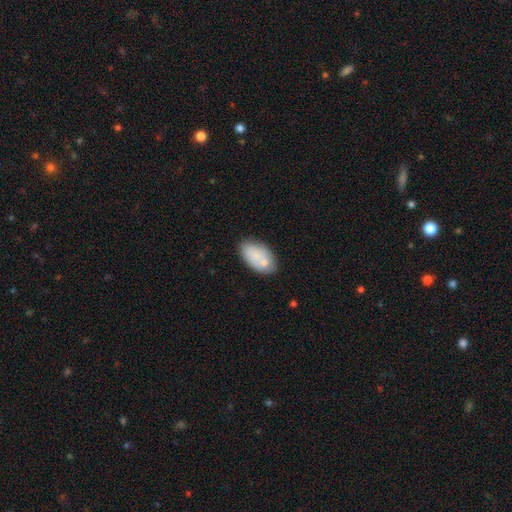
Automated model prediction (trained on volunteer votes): This appears to be a smooth galaxy with no disk features (75%) that is in between round and cigar-shaped (94%). Merging: none (64%).